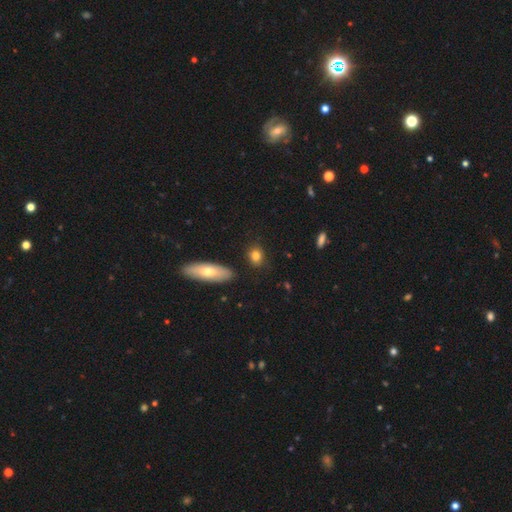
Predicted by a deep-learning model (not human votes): The model was most divided on "how rounded": in between: 49%, round: 46%, cigar-shaped: 5%. More confident: merging — none (82%); smooth or featured — smooth (82%).